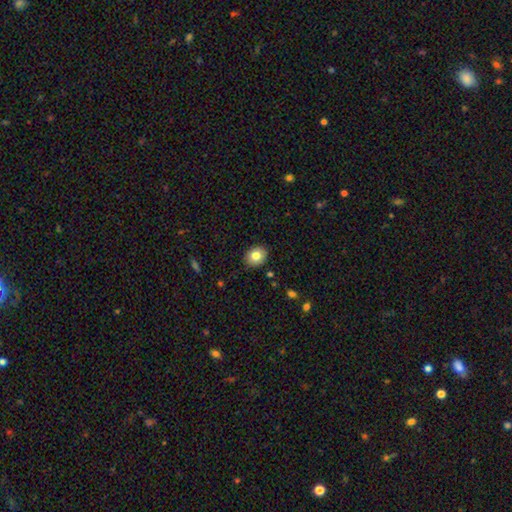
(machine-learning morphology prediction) Smooth or featured? smooth (81%)
How rounded? round (56%)
Merging? none (88%)